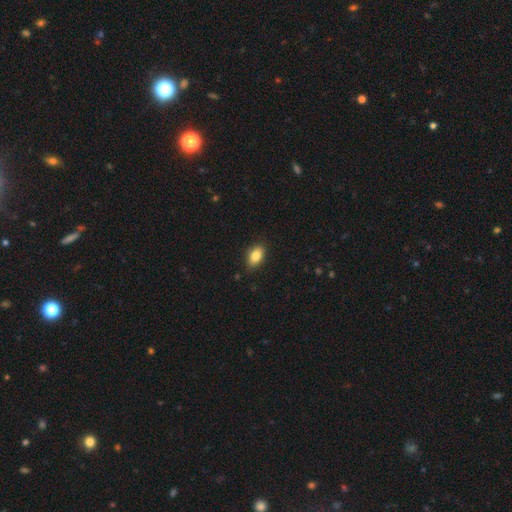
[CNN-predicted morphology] Q: Smooth or featured?
A: smooth (85%); runner-up: star or artifact (8%)
Q: How rounded?
A: in between (88%); runner-up: round (9%)
Q: Merging?
A: none (86%); runner-up: minor disturbance (11%)